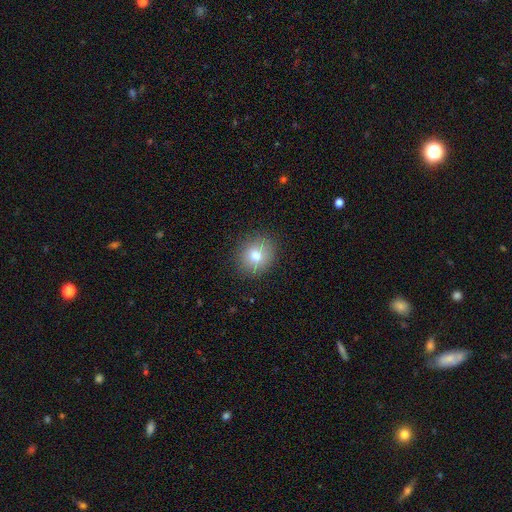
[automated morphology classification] A smooth galaxy with no disk features (76%) that is round (77%). Merging: none (86%).